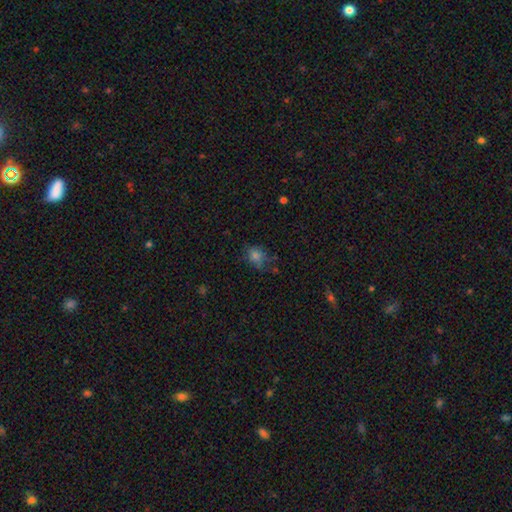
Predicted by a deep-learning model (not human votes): smooth-or-featured: smooth: 73% | star or artifact: 17% | featured or disk: 10%
  how-rounded: in between: 51% | round: 47% | cigar-shaped: 2%
  merging: none: 58% | minor disturbance: 26% | major disturbance: 12% | merger: 4%